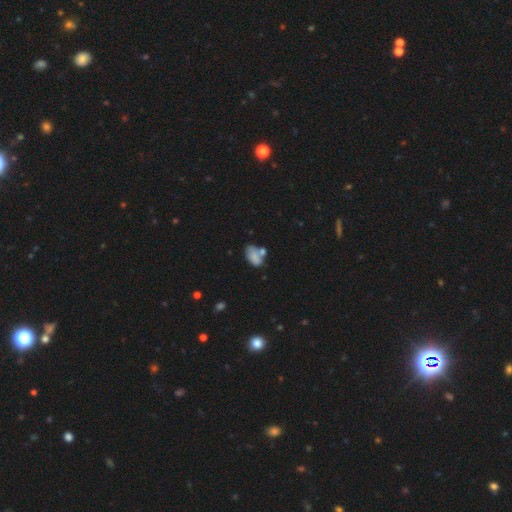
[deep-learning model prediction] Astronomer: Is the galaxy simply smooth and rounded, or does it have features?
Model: smooth — 75%.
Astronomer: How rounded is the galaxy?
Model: in between — 89%.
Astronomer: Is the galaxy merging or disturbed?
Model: none — 40% (runner-up: merger, 29%).